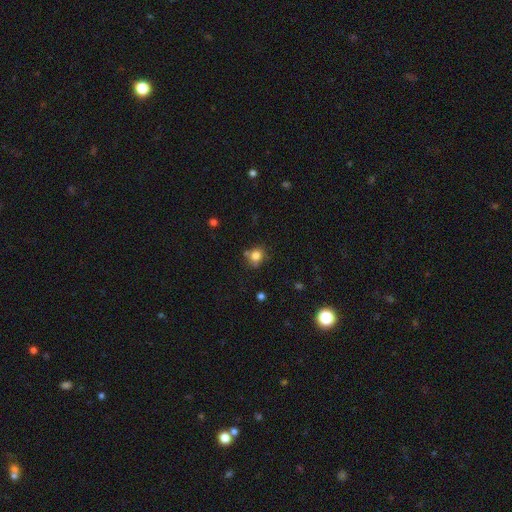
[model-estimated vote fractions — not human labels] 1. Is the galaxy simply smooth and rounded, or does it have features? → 79% smooth, 12% star or artifact, 9% featured or disk.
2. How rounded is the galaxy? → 72% round, 27% in between, 1% cigar-shaped.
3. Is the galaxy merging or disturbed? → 66% none, 18% minor disturbance, 11% merger, 5% major disturbance.